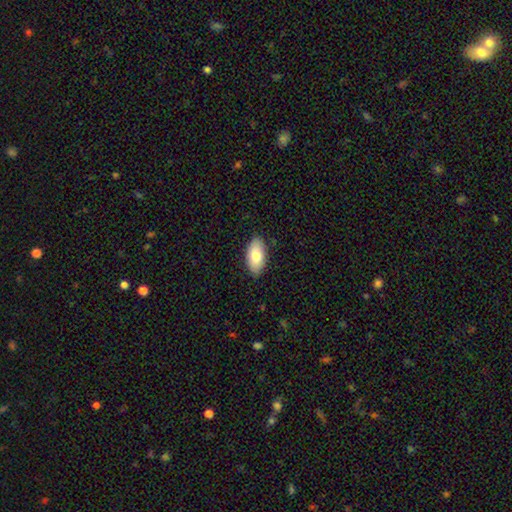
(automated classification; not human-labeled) Overall: smooth (80%). How rounded: in between (94%). Merging: none (86%).